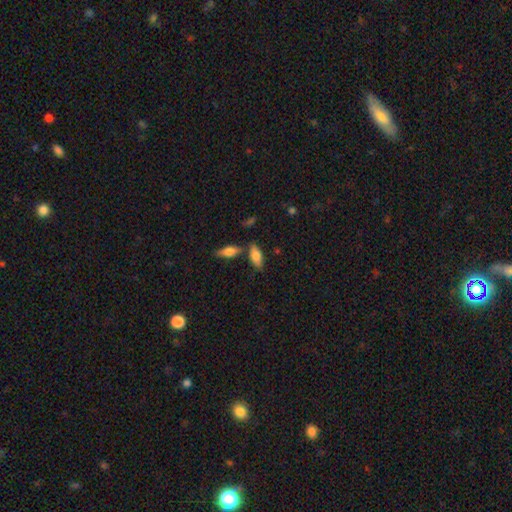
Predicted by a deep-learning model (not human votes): Smooth or featured? smooth (76%)
How rounded? in between (80%)
Merging? none (66%)